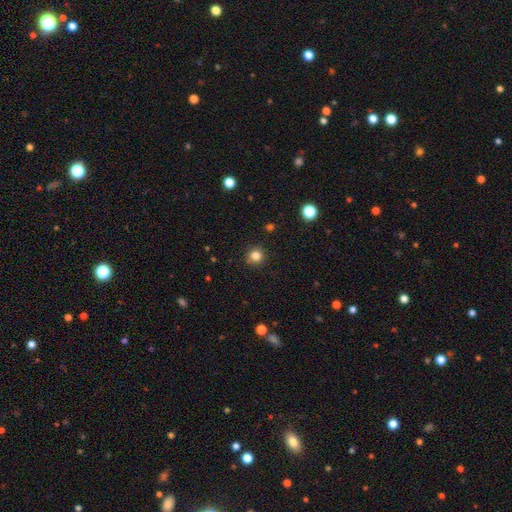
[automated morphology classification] smooth_or_featured: smooth (p=0.82) [alt: star or artifact p=0.13]
how_rounded: round (p=0.94) [alt: in between p=0.05]
merging: none (p=0.90) [alt: minor disturbance p=0.07]